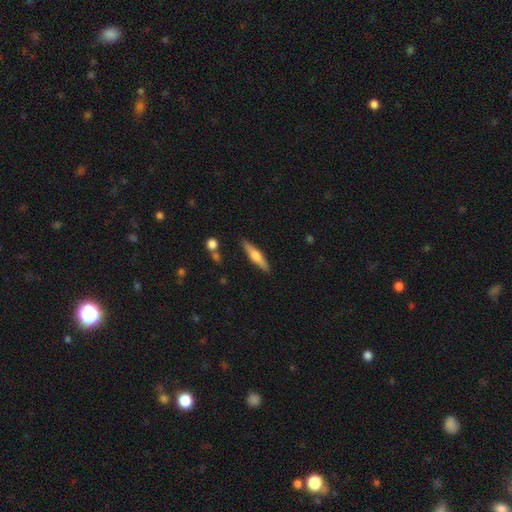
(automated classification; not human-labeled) The model was most divided on "smooth or featured": featured or disk: 56%, smooth: 39%, star or artifact: 6%. More confident: edge-on disk — yes (96%); edge-on bulge — rounded (90%); merging — none (88%).